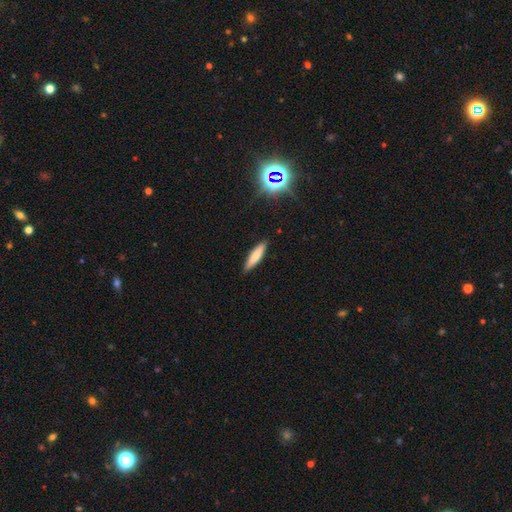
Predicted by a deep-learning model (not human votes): A smooth galaxy with no disk features (74%) that is cigar-shaped (80%). Merging: none (88%).